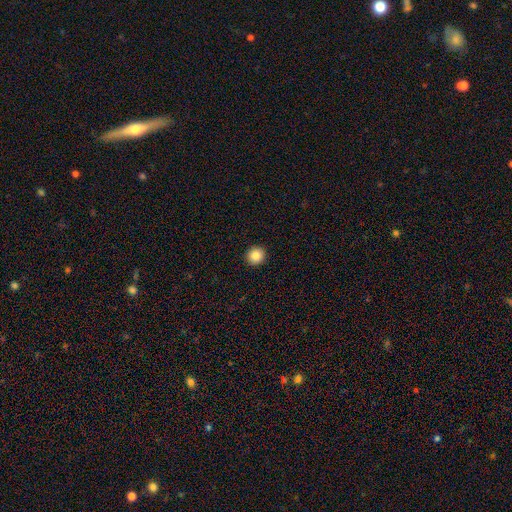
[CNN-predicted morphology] smooth 85%, star or artifact 9%, featured or disk 5%. Down the decision tree: how rounded — round (90%); merging — none (93%).